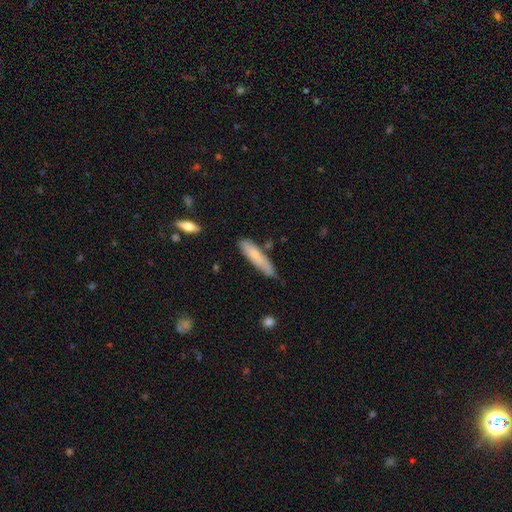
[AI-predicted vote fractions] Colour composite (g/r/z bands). It shows a smooth galaxy with no disk features (73%) that is cigar-shaped (78%). Merging: none (70%).